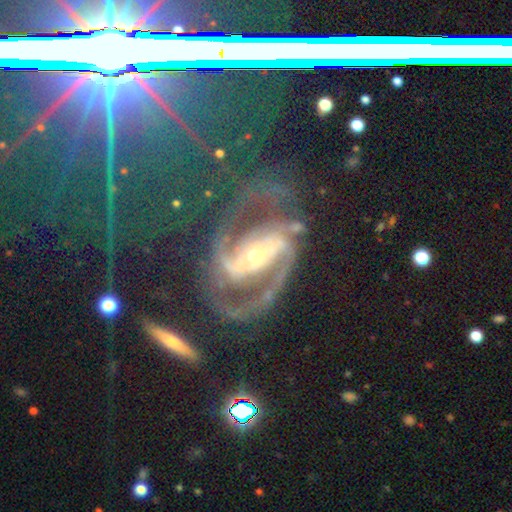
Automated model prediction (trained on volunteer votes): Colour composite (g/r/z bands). It shows a featured or disk galaxy (92%) with a strong bar (61%), 2 (74%) medium (56%) spiral arms (98%) and a moderate central bulge (48%). Merging: none (58%).